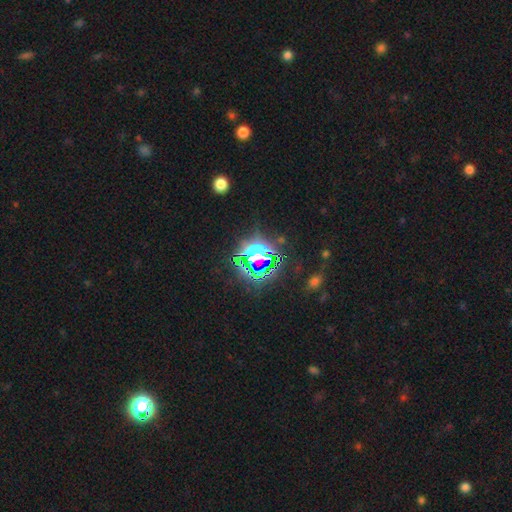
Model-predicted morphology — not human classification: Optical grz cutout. It shows a star or artifact, not a galaxy (76%).